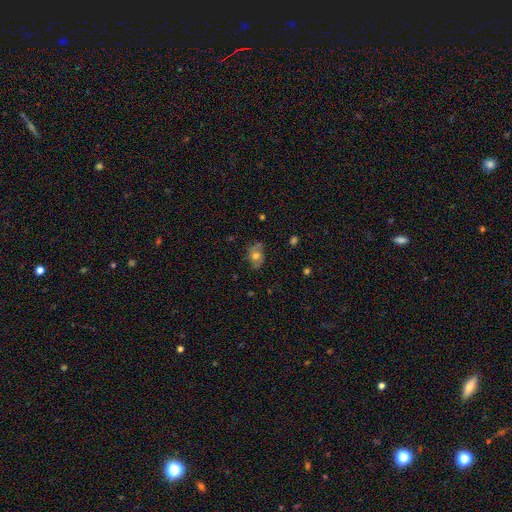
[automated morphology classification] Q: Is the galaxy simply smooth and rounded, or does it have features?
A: featured or disk — 45%, tied with smooth.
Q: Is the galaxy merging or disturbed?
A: none — 69%.